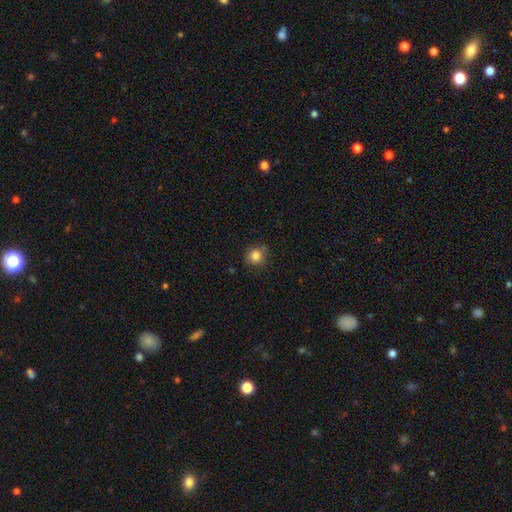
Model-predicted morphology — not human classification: Smooth or featured? Predicted: smooth (p=0.84). How rounded? Predicted: round (p=0.91). Merging? Predicted: none (p=0.81).